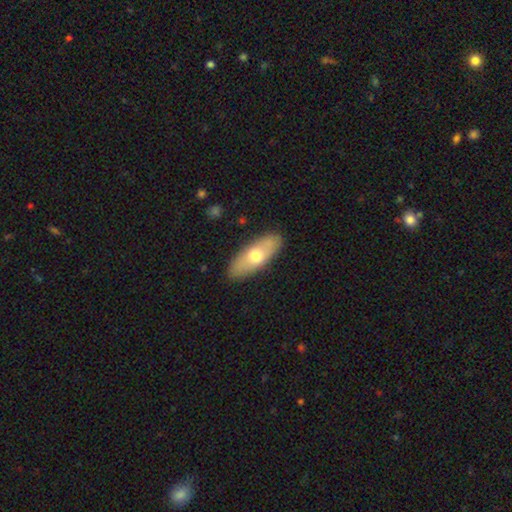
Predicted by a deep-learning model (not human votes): Smooth or featured?
  - smooth: 62% *
  - featured or disk: 33%
  - star or artifact: 5%
How rounded?
  - in between: 73% *
  - cigar-shaped: 24%
  - round: 3%
Merging?
  - none: 87% *
  - minor disturbance: 10%
  - major disturbance: 2%
  - merger: 1%